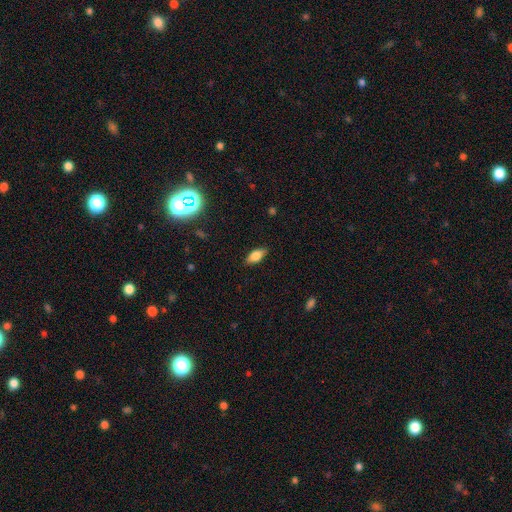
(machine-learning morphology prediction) This is likely a smooth galaxy (75%). How rounded: clearly in between (84%). Merging: clearly none (86%).